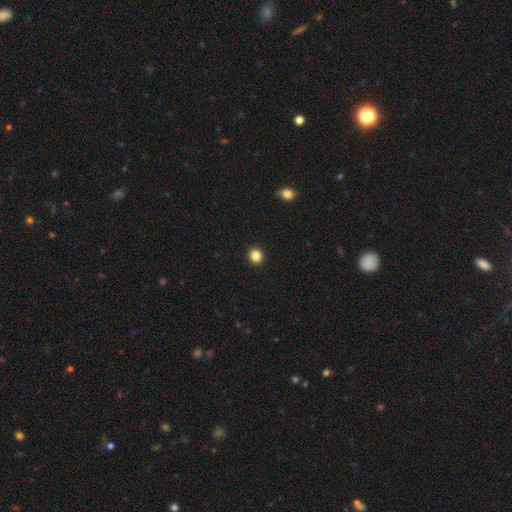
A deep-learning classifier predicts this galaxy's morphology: smooth_or_featured: smooth (p=0.85) [alt: star or artifact p=0.11]
how_rounded: round (p=0.87) [alt: in between p=0.12]
merging: none (p=0.93) [alt: minor disturbance p=0.04]